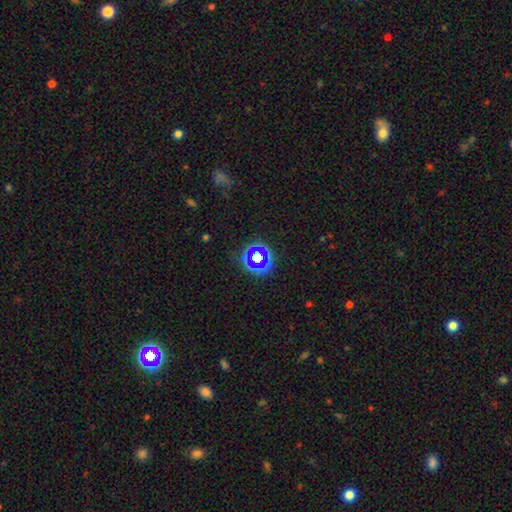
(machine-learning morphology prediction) This appears to be a star or artifact, not a galaxy (53%).